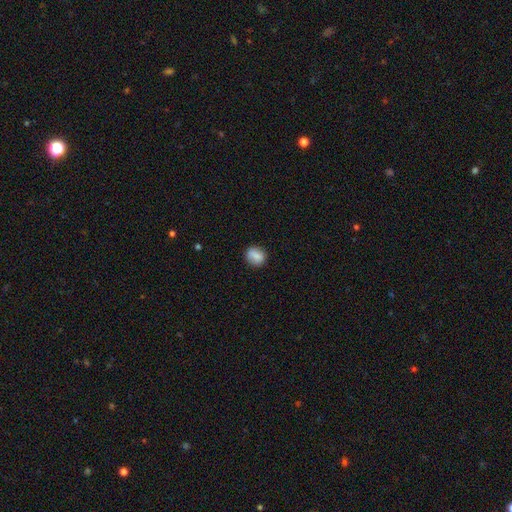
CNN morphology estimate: Smooth or featured: smooth — 80% (featured or disk — 12%)
How rounded: round — 67% (in between — 31%)
Merging: none — 84% (minor disturbance — 12%)